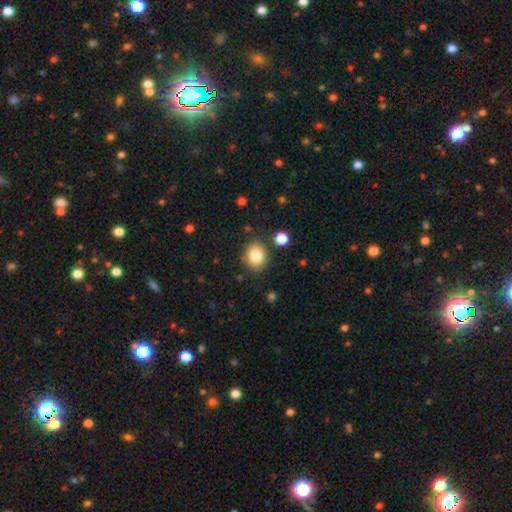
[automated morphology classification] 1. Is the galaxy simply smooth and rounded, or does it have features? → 84% smooth, 9% star or artifact, 6% featured or disk.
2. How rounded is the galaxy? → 61% round, 38% in between, 1% cigar-shaped.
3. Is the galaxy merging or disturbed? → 83% none, 10% minor disturbance, 4% merger, 3% major disturbance.